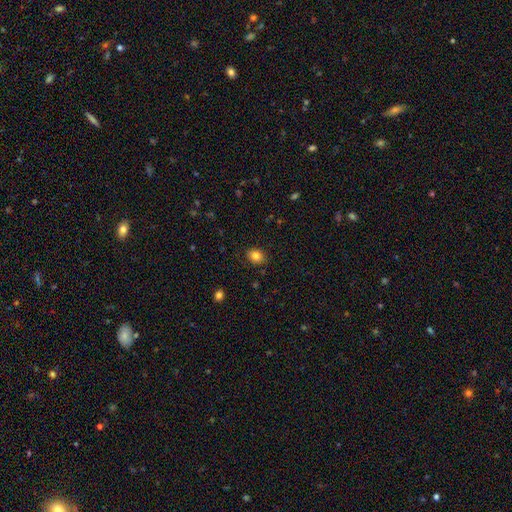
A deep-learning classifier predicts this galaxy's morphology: A smooth galaxy with no disk features (83%) that is in between round and cigar-shaped (53%). Merging: none (87%).